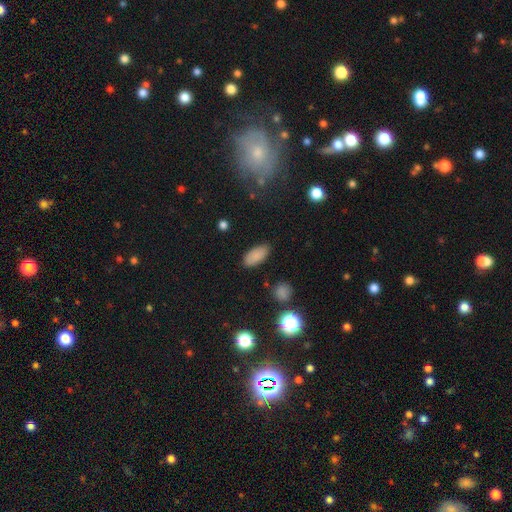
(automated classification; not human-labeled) Overall: smooth (85%). How rounded: in between (91%). Merging: none (85%).